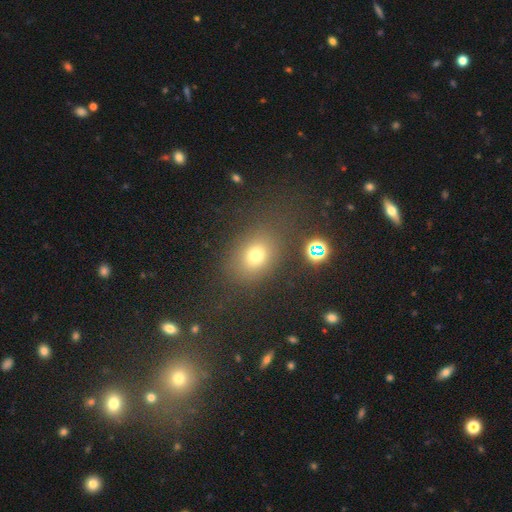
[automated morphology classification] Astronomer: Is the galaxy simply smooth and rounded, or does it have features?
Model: smooth — 71%.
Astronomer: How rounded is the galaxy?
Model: in between — 57% (runner-up: round, 42%).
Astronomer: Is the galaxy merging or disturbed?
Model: none — 73%.